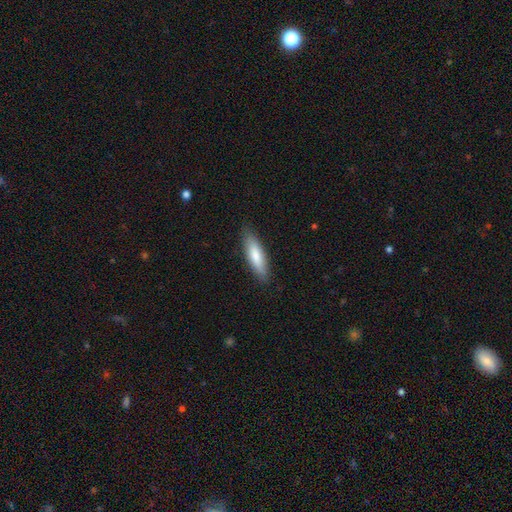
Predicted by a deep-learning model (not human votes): Smooth or featured? Predicted: smooth (p=0.79). How rounded? Predicted: cigar-shaped (p=0.59). Merging? Predicted: none (p=0.85).